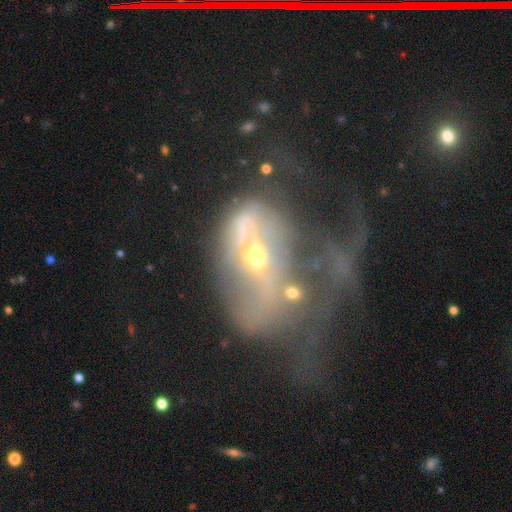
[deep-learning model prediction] Overall: featured or disk (66%). Edge-on disk: no (93%). Bar: no (59%; weak 26%). Spiral arms: no (64%; yes 36%). Bulge size: moderate (63%; small 25%). Merging: major disturbance (57%; merger 21%).